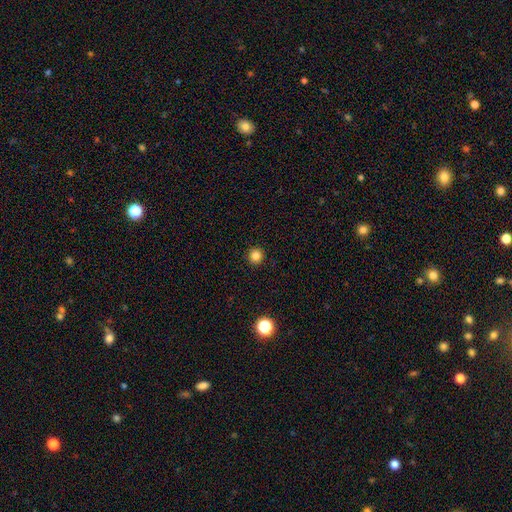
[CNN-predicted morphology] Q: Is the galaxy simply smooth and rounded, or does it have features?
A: smooth — 83%.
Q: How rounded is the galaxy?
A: round — 95%.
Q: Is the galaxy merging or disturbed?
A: none — 93%.